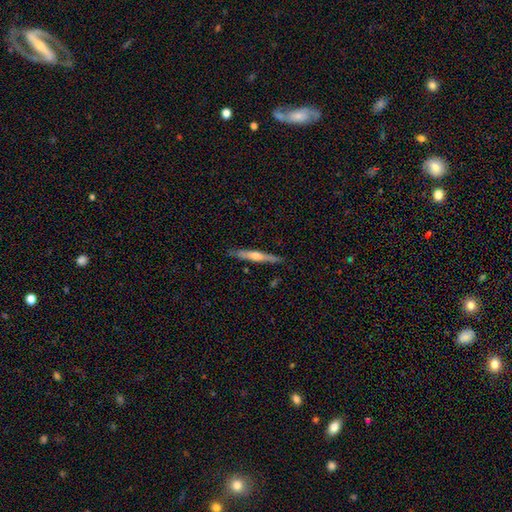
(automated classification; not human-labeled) The model was most divided on "smooth or featured": featured or disk: 60%, smooth: 35%, star or artifact: 6%. More confident: edge-on disk — yes (96%); merging — none (86%); edge-on bulge — rounded (79%).